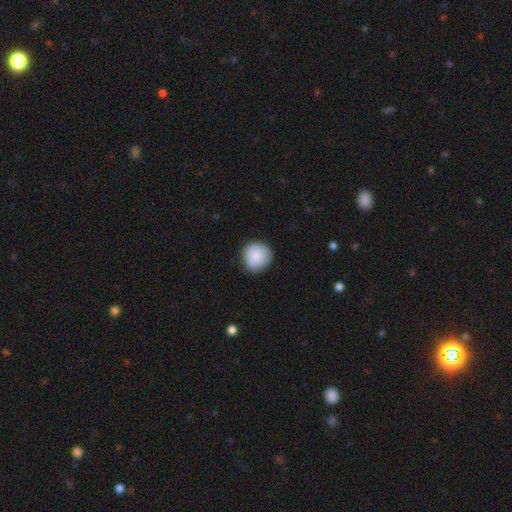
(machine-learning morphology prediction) smooth-or-featured: smooth: 87% | star or artifact: 7% | featured or disk: 6%
  how-rounded: round: 93% | in between: 6% | cigar-shaped: 1%
  merging: none: 85% | minor disturbance: 12% | major disturbance: 2% | merger: 1%